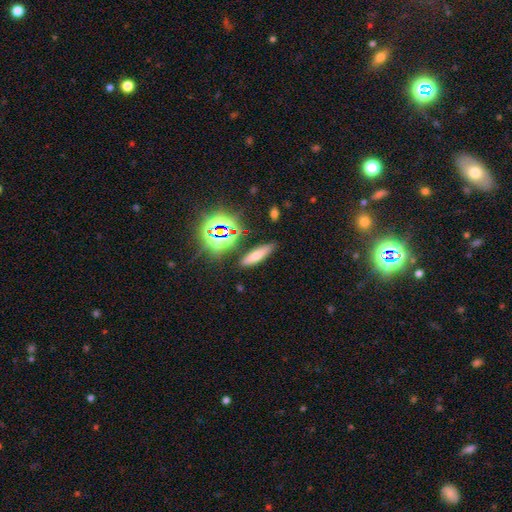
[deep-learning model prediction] smooth-or-featured: smooth: 62% | star or artifact: 22% | featured or disk: 15%
  how-rounded: cigar-shaped: 63% | in between: 32% | round: 5%
  merging: none: 86% | minor disturbance: 9% | major disturbance: 3% | merger: 3%